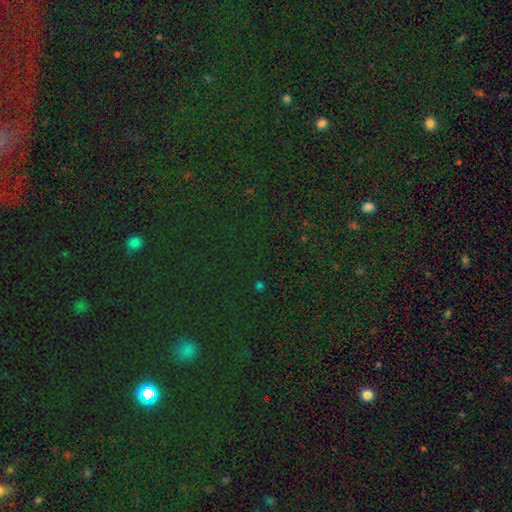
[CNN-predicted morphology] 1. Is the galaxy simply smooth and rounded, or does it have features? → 76% star or artifact, 16% smooth, 8% featured or disk.